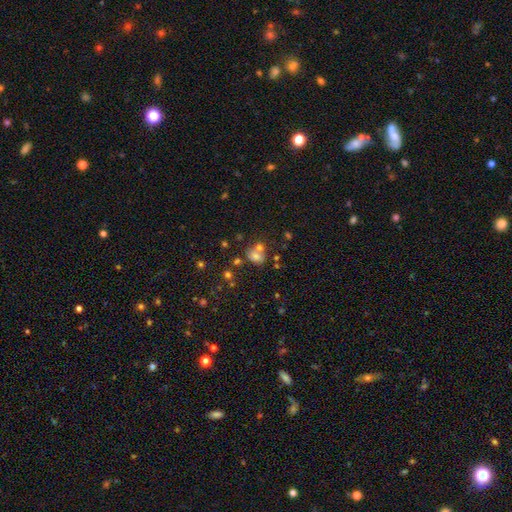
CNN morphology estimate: smooth_or_featured: smooth (p=0.59) [alt: star or artifact p=0.25]
how_rounded: round (p=0.59) [alt: in between p=0.39]
merging: none (p=0.42) [alt: merger p=0.41]